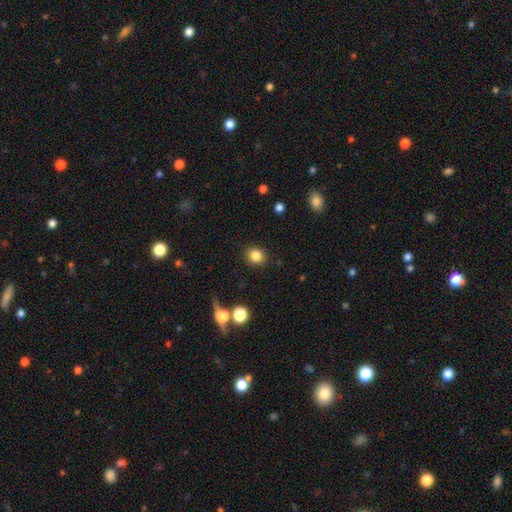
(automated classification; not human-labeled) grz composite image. It shows a smooth galaxy with no disk features (84%) that is round (78%). Merging: none (89%).